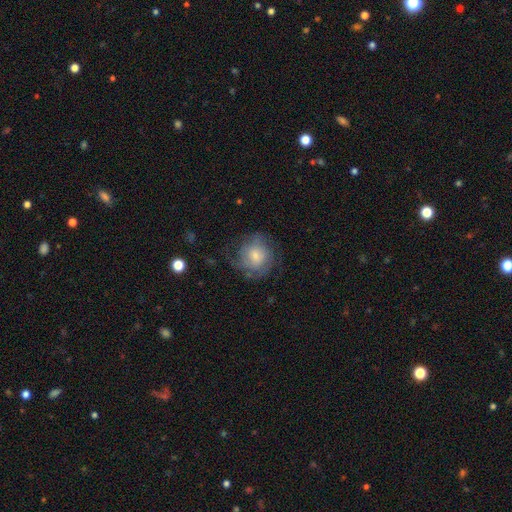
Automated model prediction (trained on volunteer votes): smooth-or-featured: featured or disk: 47% | smooth: 45% | star or artifact: 8%
  merging: none: 56% | minor disturbance: 22% | major disturbance: 20% | merger: 2%